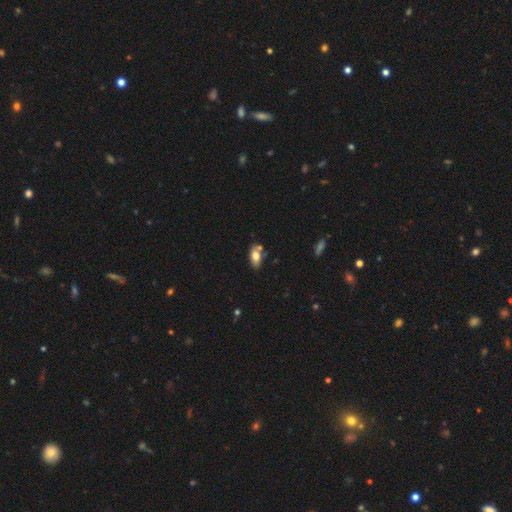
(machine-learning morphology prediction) The model was most divided on "merging": none: 67%, minor disturbance: 15%, merger: 14%, major disturbance: 3%. More confident: how rounded — in between (89%); smooth or featured — smooth (73%).